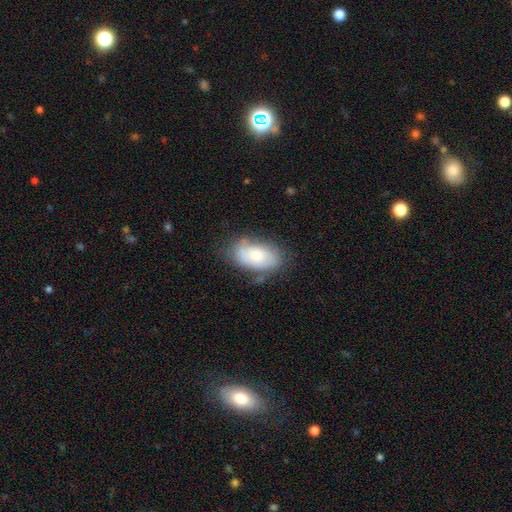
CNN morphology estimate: Overall: smooth (59%; featured or disk 34%). How rounded: in between (93%). Merging: none (61%; minor disturbance 27%).